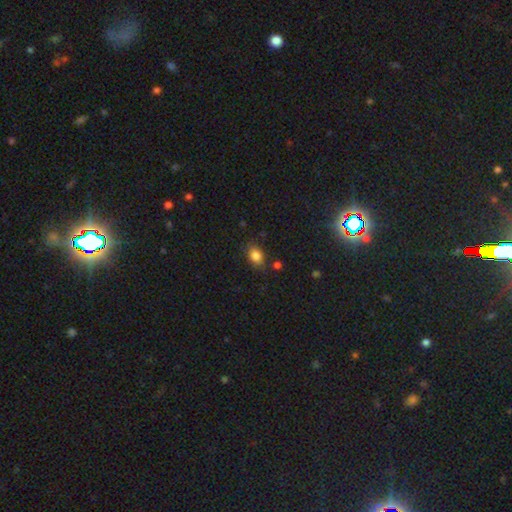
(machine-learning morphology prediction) type=smooth (83%); roundness=in between (75%); merging=none (77%).